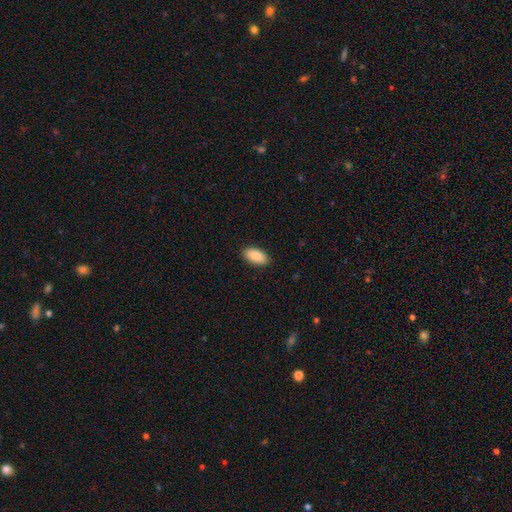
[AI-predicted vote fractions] Q: Smooth or featured?
A: smooth (90%); runner-up: star or artifact (6%)
Q: How rounded?
A: in between (94%); runner-up: cigar-shaped (4%)
Q: Merging?
A: none (89%); runner-up: minor disturbance (8%)